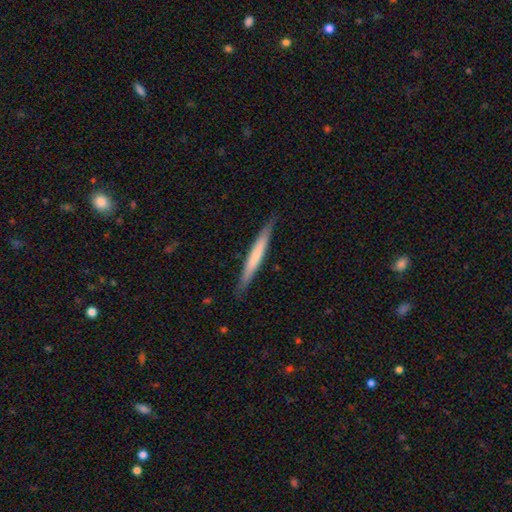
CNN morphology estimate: Q: Smooth or featured?
A: smooth (56%); runner-up: featured or disk (39%)
Q: How rounded?
A: cigar-shaped (97%); runner-up: in between (2%)
Q: Merging?
A: none (88%); runner-up: minor disturbance (9%)